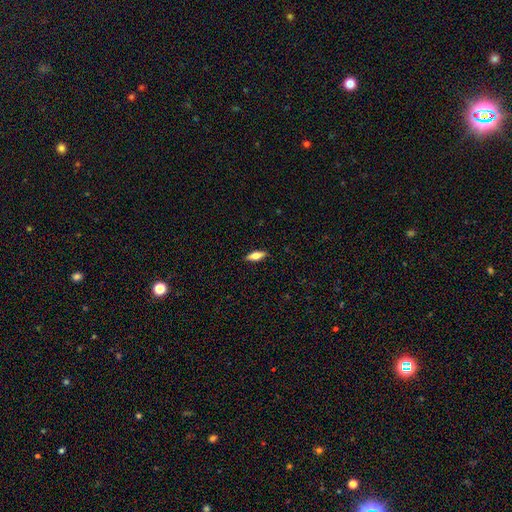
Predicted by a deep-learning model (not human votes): A smooth galaxy with no disk features (60%) that is in between round and cigar-shaped (65%).

Vote fractions:
- Smooth or featured? smooth: 60% / featured or disk: 33% / star or artifact: 7%
- How rounded? in between: 65% / cigar-shaped: 32% / round: 3%
- Merging? none: 89% / minor disturbance: 8% / major disturbance: 2% / merger: 1%